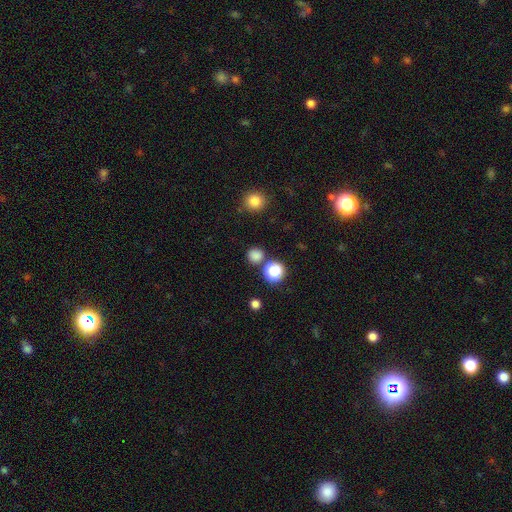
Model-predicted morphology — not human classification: A smooth galaxy with no disk features (77%) that is round (91%).

Vote fractions:
- Smooth or featured? smooth: 77% / star or artifact: 19% / featured or disk: 4%
- How rounded? round: 91% / in between: 8% / cigar-shaped: 1%
- Merging? none: 82% / minor disturbance: 8% / merger: 8% / major disturbance: 3%